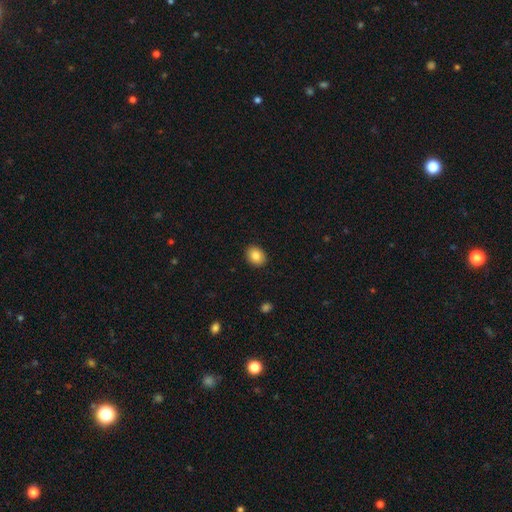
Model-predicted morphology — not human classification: Smooth or featured: smooth — 86% (star or artifact — 9%)
How rounded: in between — 50% (round — 49%)
Merging: none — 90% (minor disturbance — 7%)